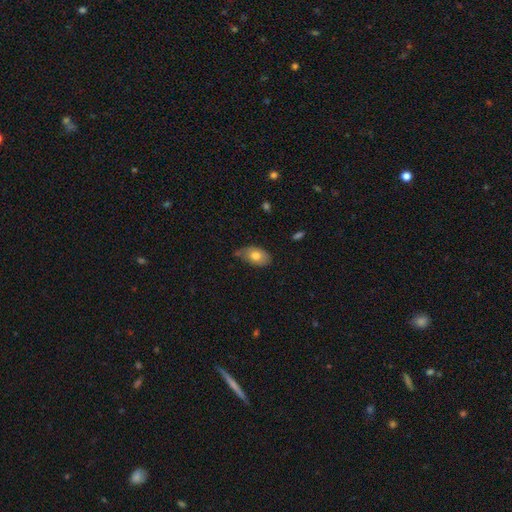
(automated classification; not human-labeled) Smooth or featured: smooth — 72% (featured or disk — 20%)
How rounded: in between — 88% (round — 10%)
Merging: none — 55% (minor disturbance — 35%)